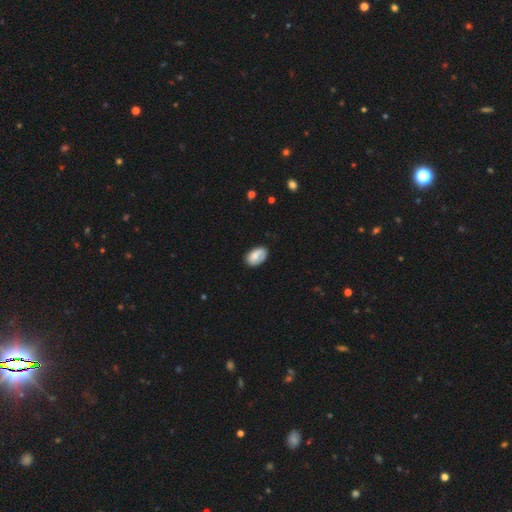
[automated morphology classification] This appears to be a smooth galaxy with no disk features (76%) that is in between round and cigar-shaped (91%). Merging: none (71%).